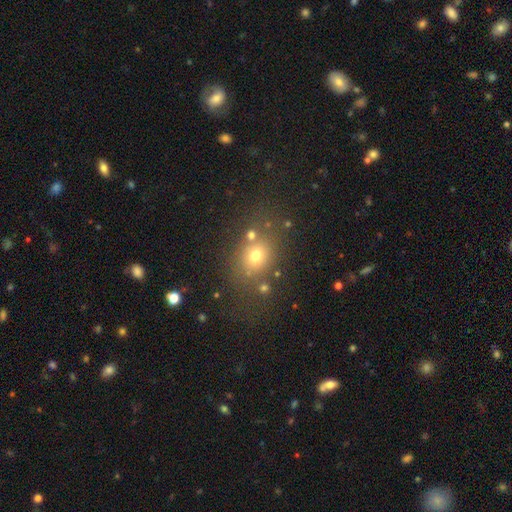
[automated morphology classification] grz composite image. It shows a smooth galaxy with no disk features (69%) that is round (55%). Merging: none (70%).